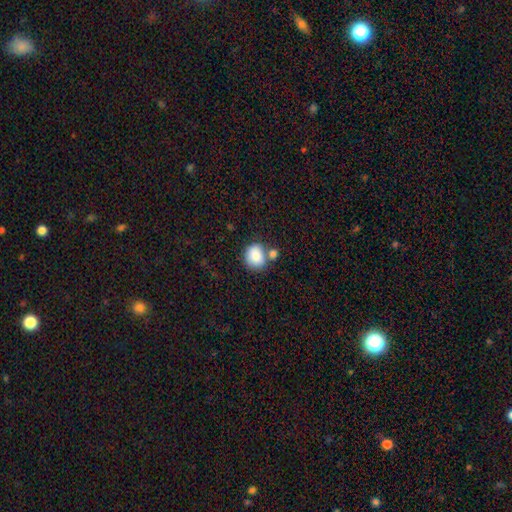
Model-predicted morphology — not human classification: Smooth or featured: smooth — 82% (featured or disk — 9%)
How rounded: round — 74% (in between — 25%)
Merging: none — 56% (merger — 28%)